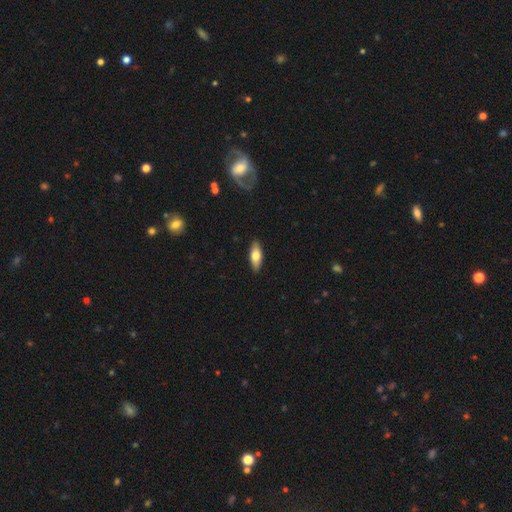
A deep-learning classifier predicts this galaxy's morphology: A smooth galaxy with no disk features (66%) that is in between round and cigar-shaped (70%).

Vote fractions:
- Smooth or featured? smooth: 66% / featured or disk: 28% / star or artifact: 6%
- How rounded? in between: 70% / cigar-shaped: 28% / round: 3%
- Merging? none: 90% / minor disturbance: 8% / major disturbance: 2% / merger: 1%